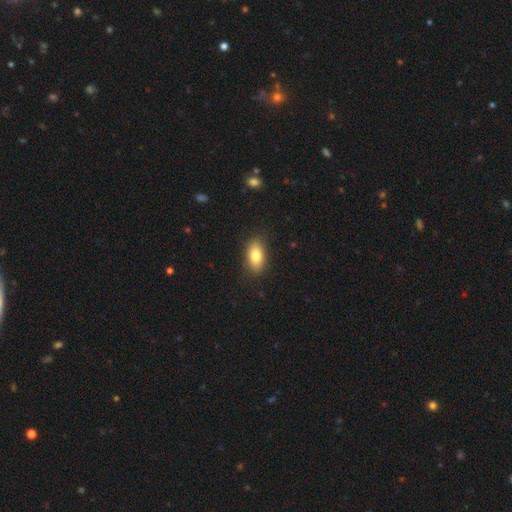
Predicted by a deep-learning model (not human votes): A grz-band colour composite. It shows a smooth galaxy with no disk features (81%) that is in between round and cigar-shaped (88%). Merging: none (86%).